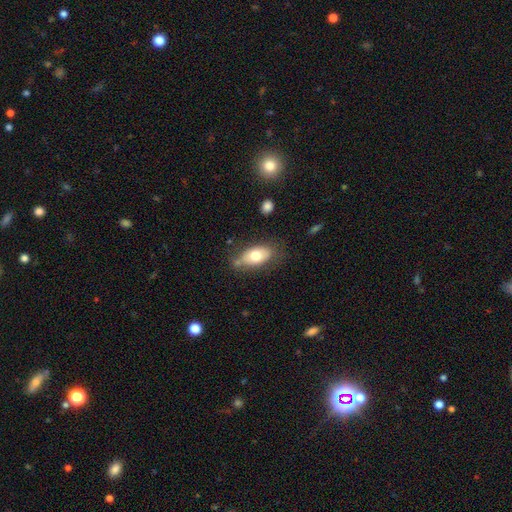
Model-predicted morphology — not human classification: Smooth or featured: smooth — 72% (featured or disk — 21%)
How rounded: in between — 90% (round — 6%)
Merging: none — 64% (minor disturbance — 22%)